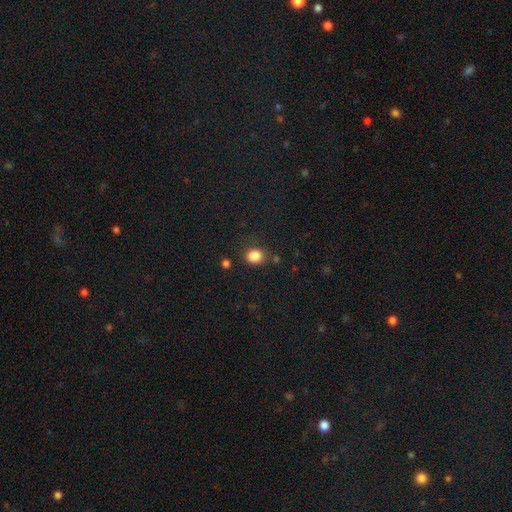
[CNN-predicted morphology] Overall: smooth (85%). How rounded: round (66%; in between 33%). Merging: none (75%).